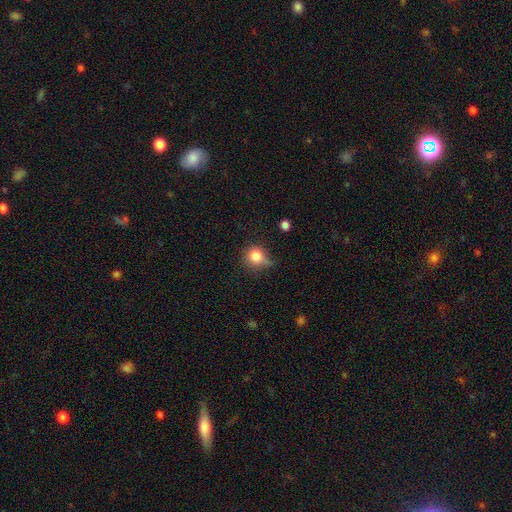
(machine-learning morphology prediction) Smooth or featured? Predicted: smooth (p=0.81). How rounded? Predicted: round (p=0.84). Merging? Predicted: none (p=0.53).